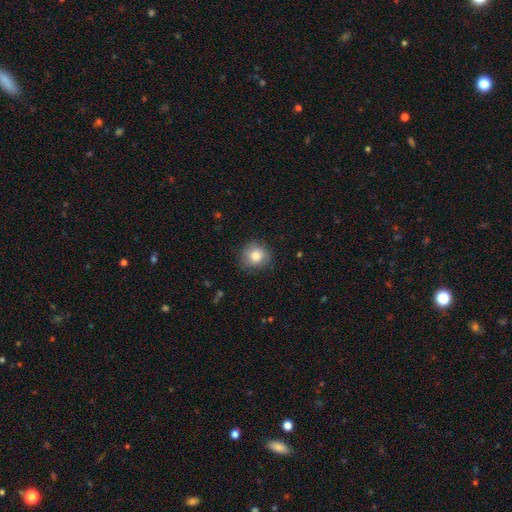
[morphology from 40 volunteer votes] smooth-or-featured: smooth: 82% | star or artifact: 10% | featured or disk: 8%
  how-rounded: round: 88% | in between: 12% | cigar-shaped: 0%
  merging: none: 78% | minor disturbance: 17% | major disturbance: 3% | merger: 3%